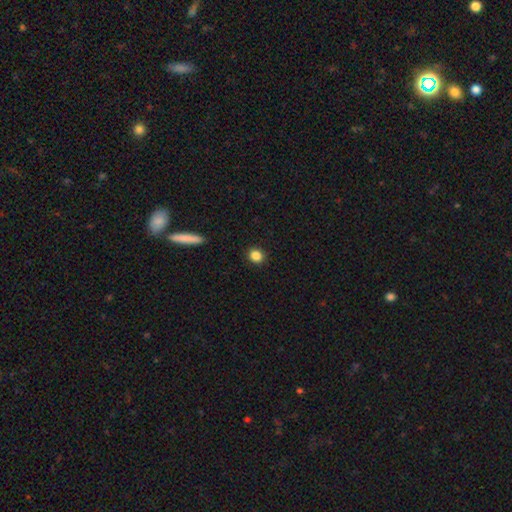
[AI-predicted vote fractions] This is clearly a smooth galaxy (86%). How rounded: likely round (78%). Merging: clearly none (91%).